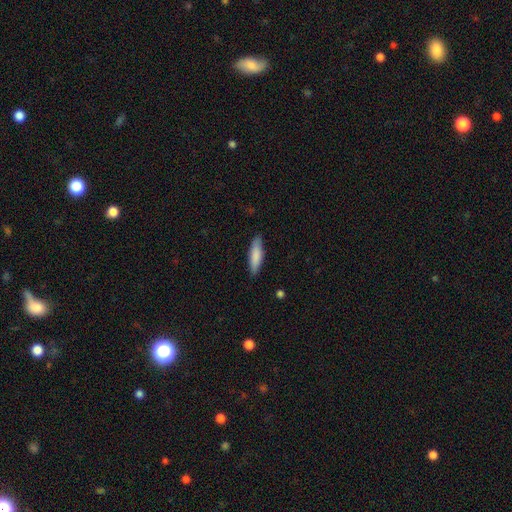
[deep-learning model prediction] smooth 83%, featured or disk 12%, star or artifact 5%. Down the decision tree: how rounded — cigar-shaped (65%); merging — none (85%).